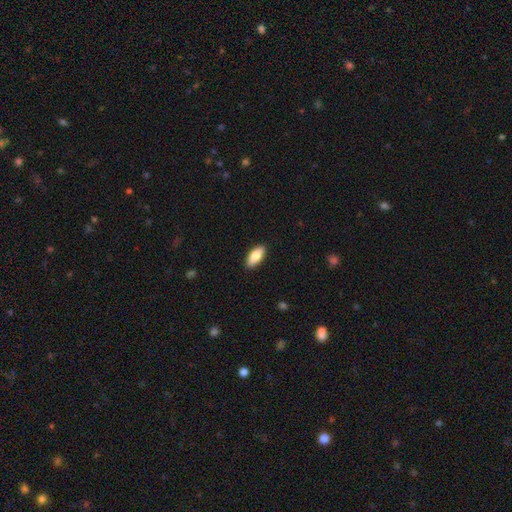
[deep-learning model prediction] Smooth or featured? Predicted: smooth (p=0.80). How rounded? Predicted: in between (p=0.84). Merging? Predicted: none (p=0.90).